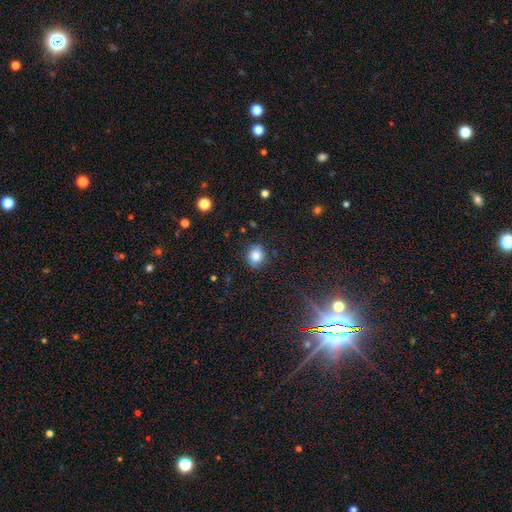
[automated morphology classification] A smooth galaxy with no disk features (79%) that is round (77%).

Vote fractions:
- Smooth or featured? smooth: 79% / star or artifact: 12% / featured or disk: 9%
- How rounded? round: 77% / in between: 22% / cigar-shaped: 1%
- Merging? none: 82% / minor disturbance: 13% / major disturbance: 3% / merger: 1%